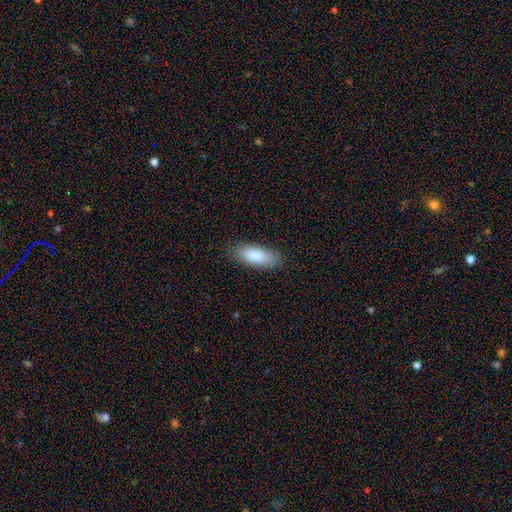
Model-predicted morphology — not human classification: smooth_or_featured: smooth (p=0.83) [alt: featured or disk p=0.11]
how_rounded: in between (p=0.78) [alt: cigar-shaped p=0.20]
merging: none (p=0.85) [alt: minor disturbance p=0.11]